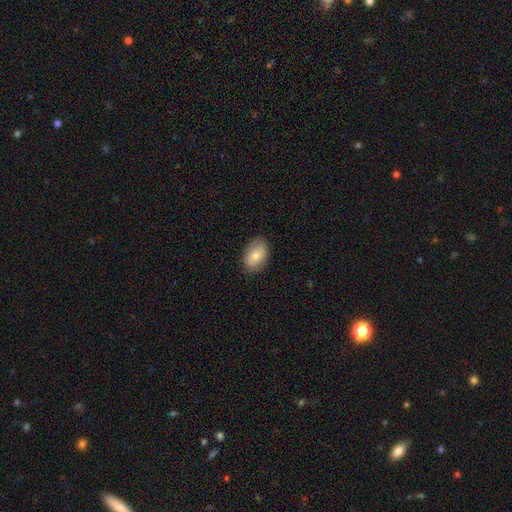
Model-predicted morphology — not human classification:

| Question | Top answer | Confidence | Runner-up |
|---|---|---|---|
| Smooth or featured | smooth | 79% | featured or disk (14%) |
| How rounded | in between | 88% | round (11%) |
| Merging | none | 85% | minor disturbance (11%) |